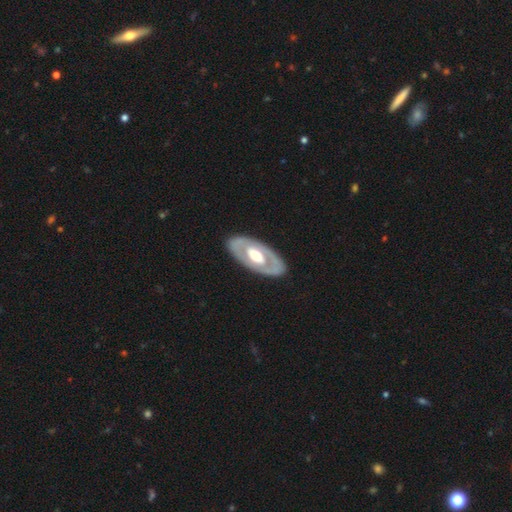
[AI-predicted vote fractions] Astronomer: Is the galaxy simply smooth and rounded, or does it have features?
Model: featured or disk — 65%.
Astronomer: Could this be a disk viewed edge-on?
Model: no — 87%.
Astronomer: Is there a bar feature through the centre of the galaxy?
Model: no — 70%.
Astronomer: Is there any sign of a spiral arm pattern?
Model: no — 81%.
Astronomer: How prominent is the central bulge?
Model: moderate — 63%.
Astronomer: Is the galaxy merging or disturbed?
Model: none — 85%.